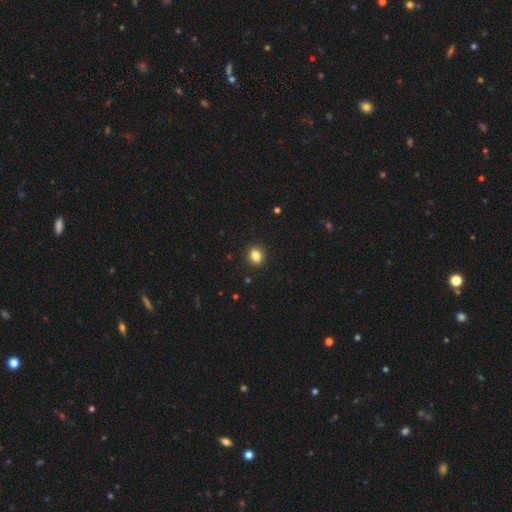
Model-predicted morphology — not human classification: type=smooth (84%); roundness=round (57%); merging=none (91%).